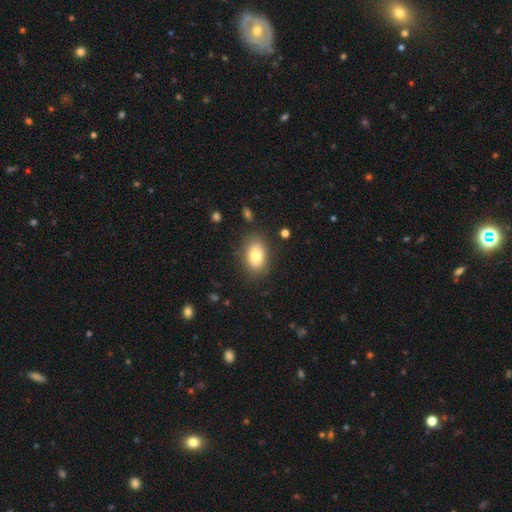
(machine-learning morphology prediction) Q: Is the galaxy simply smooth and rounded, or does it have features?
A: smooth — 81%.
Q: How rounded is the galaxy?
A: in between — 86%.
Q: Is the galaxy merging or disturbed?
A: none — 83%.